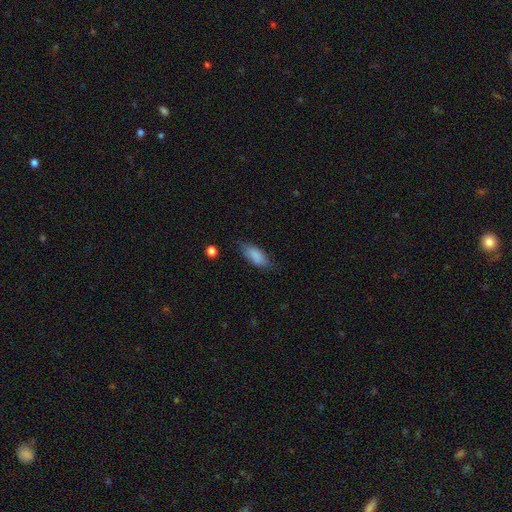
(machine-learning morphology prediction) type=smooth (86%); roundness=in between (79%); merging=none (73%).